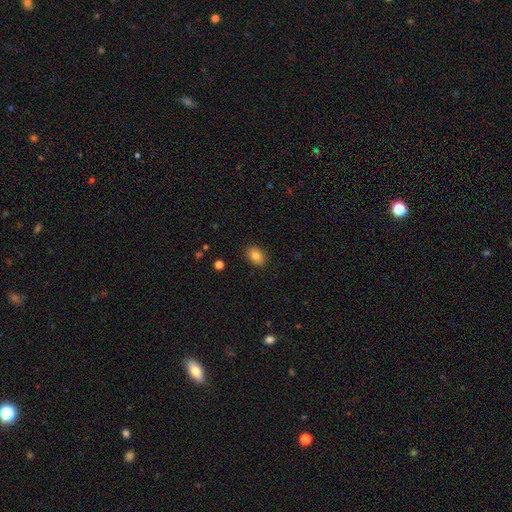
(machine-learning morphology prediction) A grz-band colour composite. It shows a smooth galaxy with no disk features (84%) that is in between round and cigar-shaped (75%). Merging: none (88%).